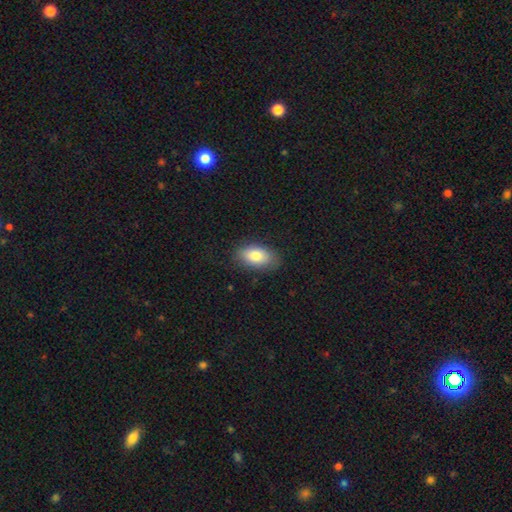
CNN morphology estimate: The model was most divided on "merging": none: 83%, minor disturbance: 13%, major disturbance: 3%, merger: 1%. More confident: how rounded — in between (92%); smooth or featured — smooth (82%).